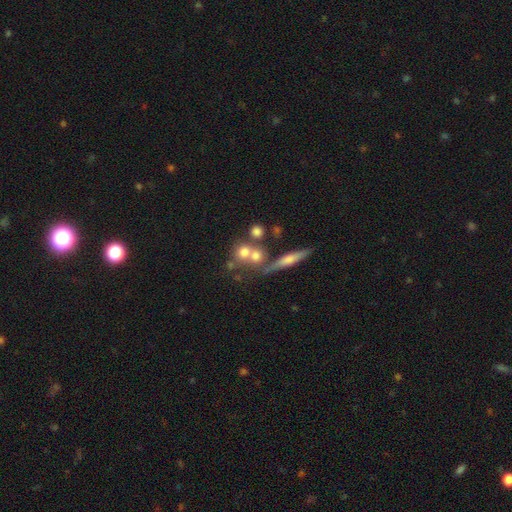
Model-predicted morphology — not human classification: The model was most divided on "merging": none: 44%, merger: 42%, minor disturbance: 9%, major disturbance: 5%. More confident: how rounded — round (76%); smooth or featured — smooth (64%).